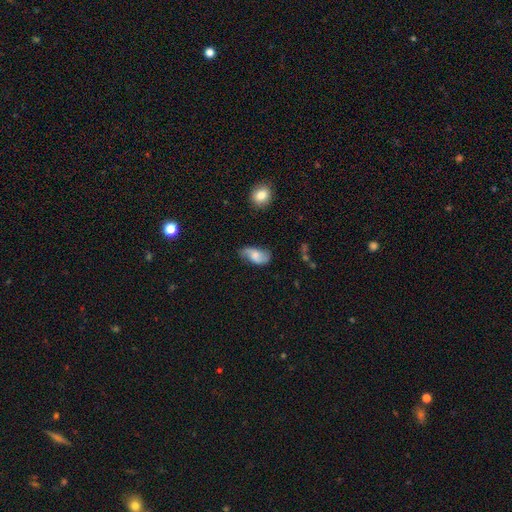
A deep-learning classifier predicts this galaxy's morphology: A smooth galaxy with no disk features (50%) that is in between round and cigar-shaped (91%). Merging: none (58%).